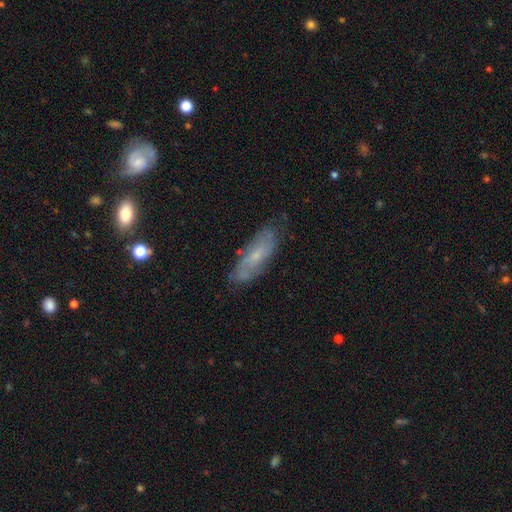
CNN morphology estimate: Smooth or featured?
  - featured or disk: 54% *
  - smooth: 37%
  - star or artifact: 8%
Edge-on disk?
  - no: 78% *
  - yes: 22%
Merging?
  - none: 75% *
  - minor disturbance: 18%
  - major disturbance: 4%
  - merger: 2%